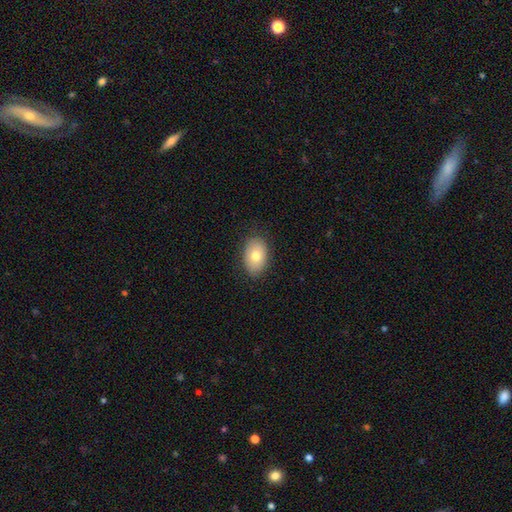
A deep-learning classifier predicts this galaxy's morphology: The model was most divided on "smooth or featured": smooth: 76%, featured or disk: 16%, star or artifact: 8%. More confident: how rounded — in between (87%); merging — none (86%).